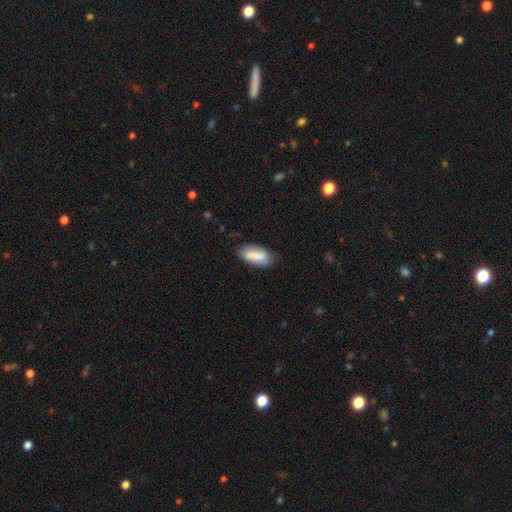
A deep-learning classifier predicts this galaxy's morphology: Smooth or featured: smooth — 76% (featured or disk — 18%)
How rounded: in between — 84% (cigar-shaped — 13%)
Merging: none — 76% (minor disturbance — 18%)